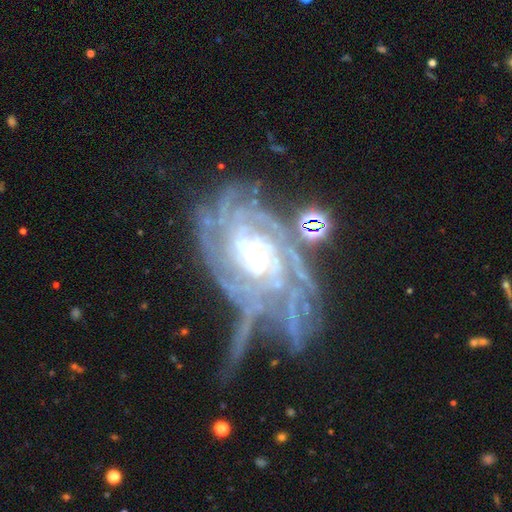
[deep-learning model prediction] Overall: featured or disk (89%). Edge-on disk: no (96%). Bar: no (65%). Spiral arms: yes (97%). Spiral arm count: can't tell (26%; more than 4 24%). Spiral winding: tight (72%). Bulge size: small (75%). Merging: none (35%; major disturbance 29%).